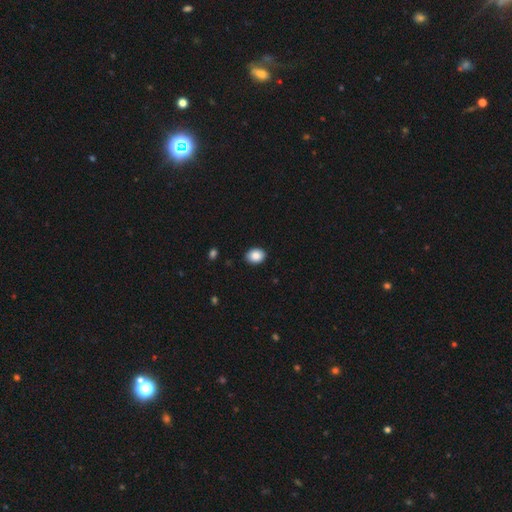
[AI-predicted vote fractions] This appears to be a smooth galaxy with no disk features (88%) that is in between round and cigar-shaped (63%). Merging: none (89%).